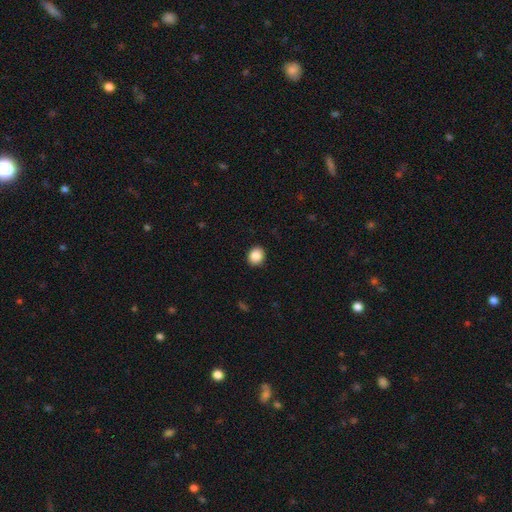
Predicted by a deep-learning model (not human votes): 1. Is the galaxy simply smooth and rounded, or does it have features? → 87% smooth, 9% star or artifact, 4% featured or disk.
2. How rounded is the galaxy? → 77% round, 22% in between, 1% cigar-shaped.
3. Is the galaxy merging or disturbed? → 91% none, 6% minor disturbance, 2% major disturbance, 1% merger.